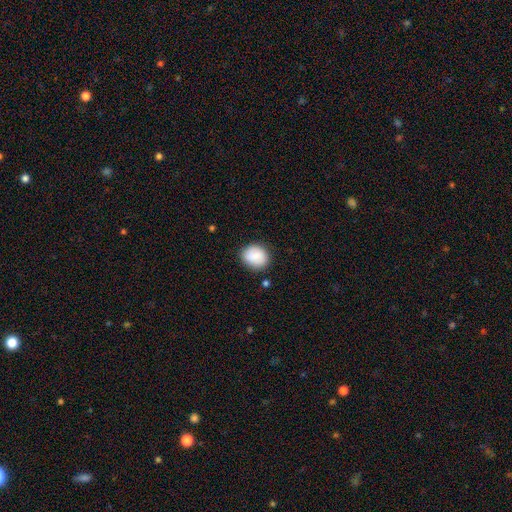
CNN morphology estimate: A smooth galaxy with no disk features (85%) that is round (64%). Merging: none (83%).